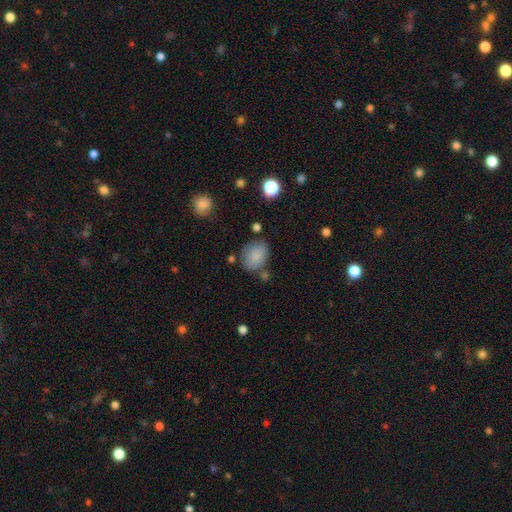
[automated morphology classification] type=smooth (84%); roundness=in between (62%); merging=none (69%).